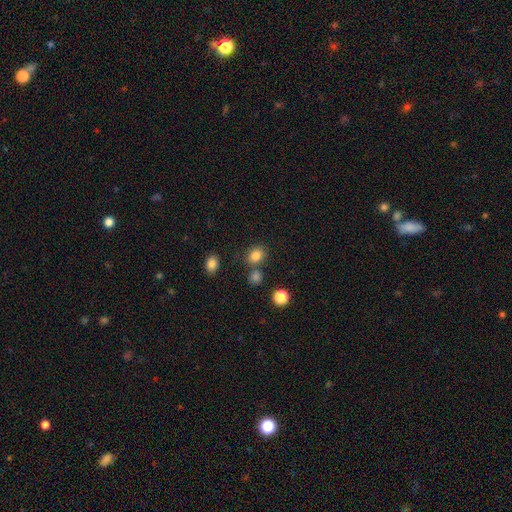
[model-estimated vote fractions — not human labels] The model was most divided on "how rounded": round: 57%, in between: 42%, cigar-shaped: 1%. More confident: smooth or featured — smooth (83%); merging — none (71%).